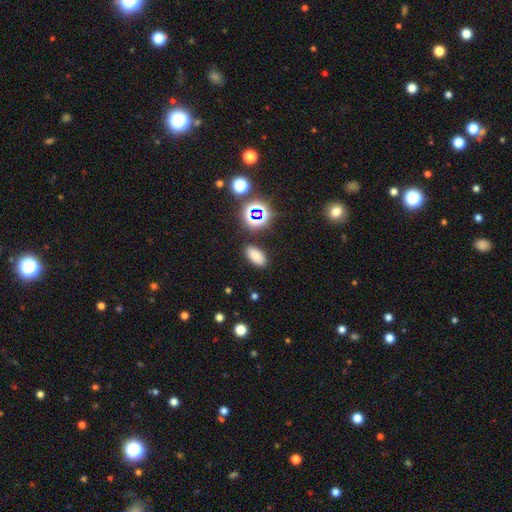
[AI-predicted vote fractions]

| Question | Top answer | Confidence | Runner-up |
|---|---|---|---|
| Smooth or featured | smooth | 76% | star or artifact (18%) |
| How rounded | in between | 88% | round (6%) |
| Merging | none | 87% | minor disturbance (8%) |